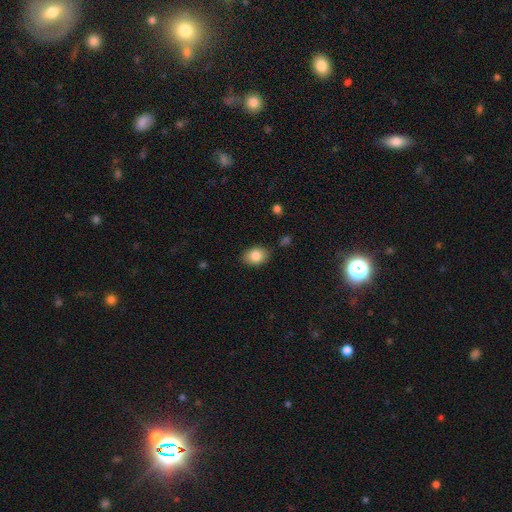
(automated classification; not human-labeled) Smooth or featured? smooth (84%)
How rounded? in between (71%)
Merging? none (85%)